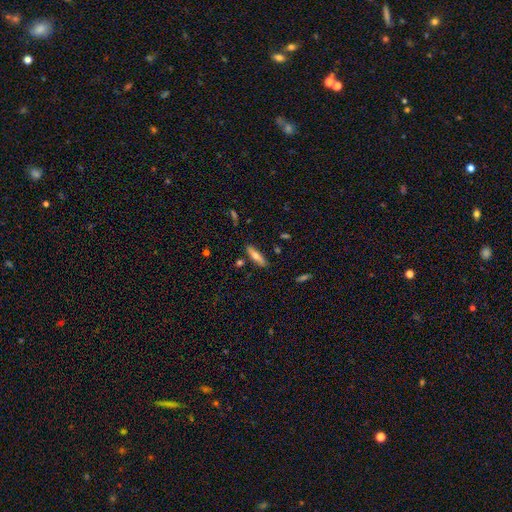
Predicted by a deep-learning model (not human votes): Smooth or featured? Predicted: smooth (p=0.57). How rounded? Predicted: cigar-shaped (p=0.68). Merging? Predicted: none (p=0.83).